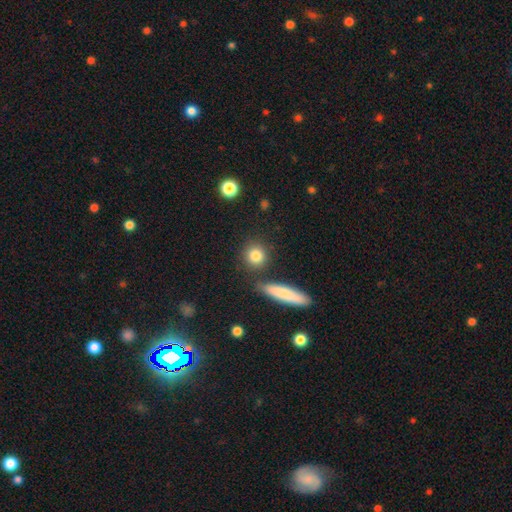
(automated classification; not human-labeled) Morphology: type=smooth (83%); roundness=round (80%); merging=none (81%).